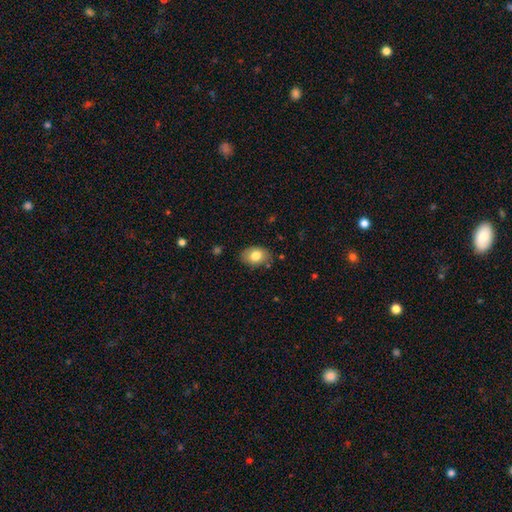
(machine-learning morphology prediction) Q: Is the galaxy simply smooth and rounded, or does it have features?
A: smooth — 79%.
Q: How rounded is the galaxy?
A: in between — 83%.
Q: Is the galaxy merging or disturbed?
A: none — 80%.